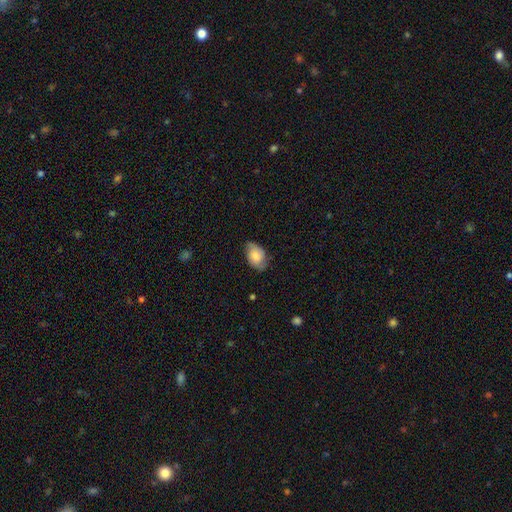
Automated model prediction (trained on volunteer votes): Q: Smooth or featured?
A: smooth (65%); runner-up: featured or disk (27%)
Q: How rounded?
A: in between (85%); runner-up: round (14%)
Q: Merging?
A: none (64%); runner-up: minor disturbance (28%)